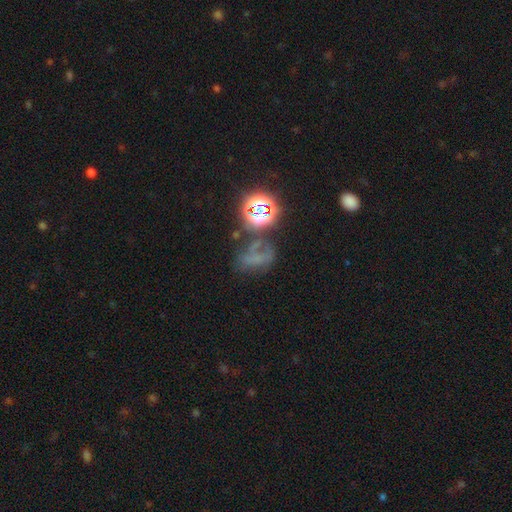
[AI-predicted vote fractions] star or artifact 49%, smooth 27%, featured or disk 23%.